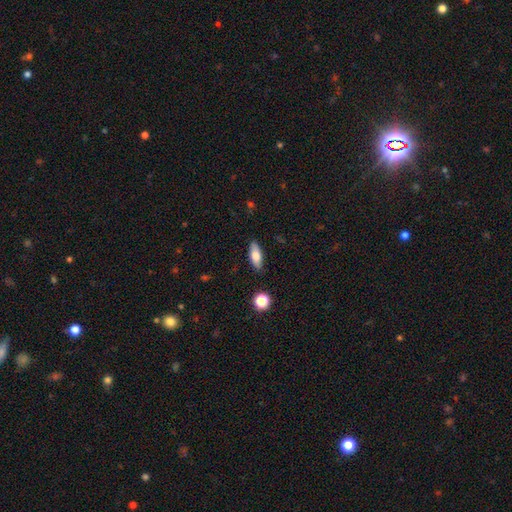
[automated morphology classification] type=smooth (74%); roundness=in between (75%); merging=none (86%).